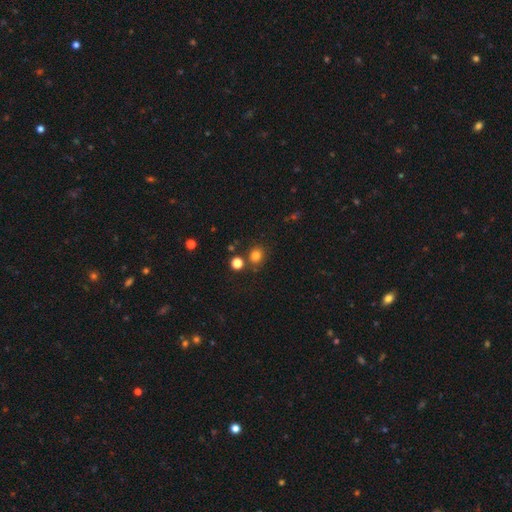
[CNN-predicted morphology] This is likely a smooth galaxy (80%). How rounded: clearly round (82%). Merging: likely none (79%).